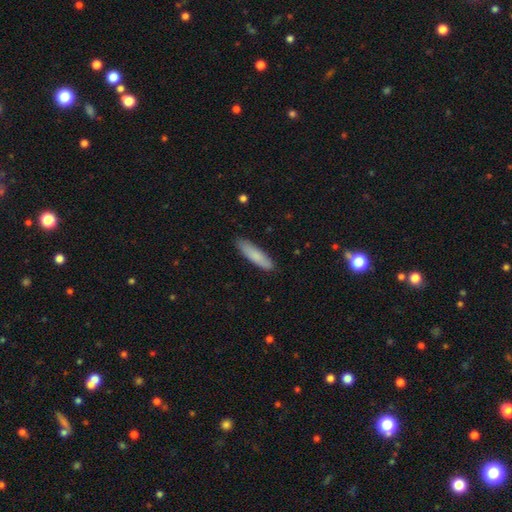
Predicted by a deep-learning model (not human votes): smooth_or_featured: smooth (p=0.84) [alt: featured or disk p=0.11]
how_rounded: cigar-shaped (p=0.72) [alt: in between p=0.26]
merging: none (p=0.87) [alt: minor disturbance p=0.10]